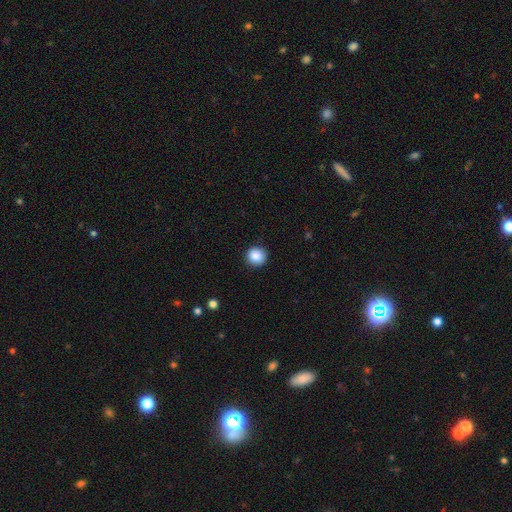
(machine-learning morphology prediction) A smooth galaxy with no disk features (87%) that is round (93%).

Vote fractions:
- Smooth or featured? smooth: 87% / star or artifact: 9% / featured or disk: 4%
- How rounded? round: 93% / in between: 6% / cigar-shaped: 1%
- Merging? none: 90% / minor disturbance: 7% / major disturbance: 2% / merger: 1%